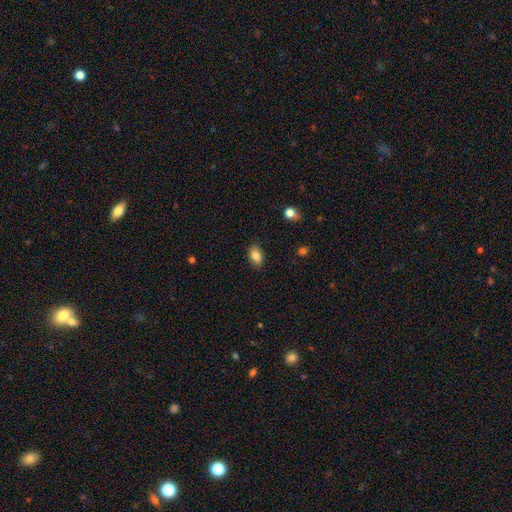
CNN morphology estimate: This appears to be a smooth galaxy with no disk features (85%) that is in between round and cigar-shaped (87%). Merging: none (86%).